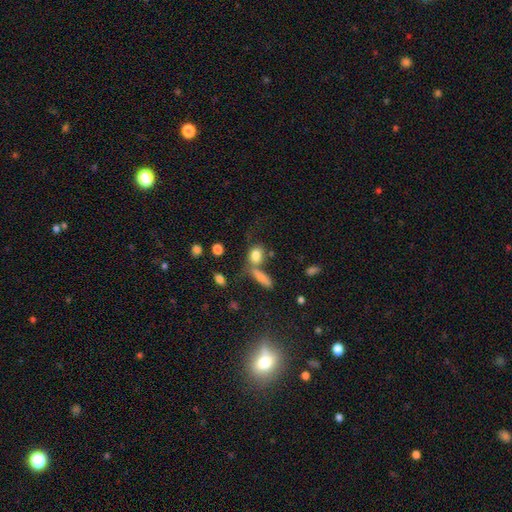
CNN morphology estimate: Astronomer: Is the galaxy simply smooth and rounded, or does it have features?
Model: smooth — 79%.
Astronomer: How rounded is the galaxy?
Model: in between — 62%.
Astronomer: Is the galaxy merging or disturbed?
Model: none — 43% (runner-up: merger, 32%).